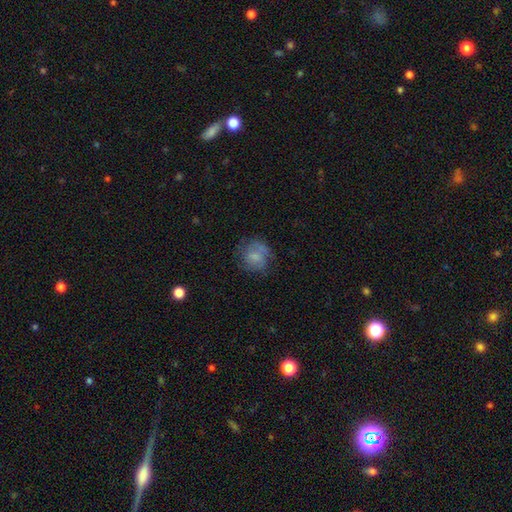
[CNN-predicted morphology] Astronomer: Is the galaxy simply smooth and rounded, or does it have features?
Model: smooth — 52% (runner-up: featured or disk, 39%).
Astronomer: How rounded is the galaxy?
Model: round — 81%.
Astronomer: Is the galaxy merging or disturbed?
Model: none — 64%.